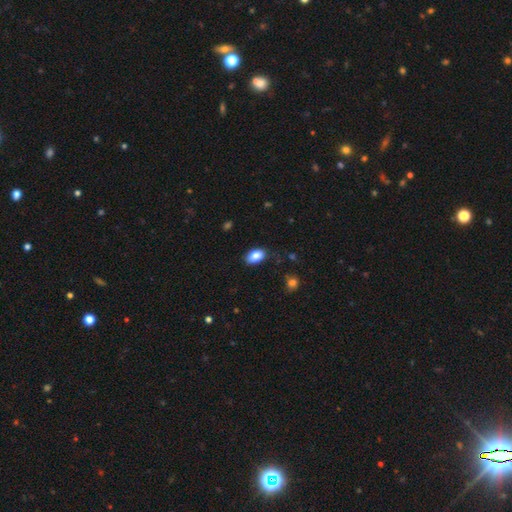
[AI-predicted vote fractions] Smooth or featured?
  - smooth: 86% *
  - star or artifact: 8%
  - featured or disk: 6%
How rounded?
  - in between: 92% *
  - round: 6%
  - cigar-shaped: 3%
Merging?
  - none: 81% *
  - minor disturbance: 14%
  - major disturbance: 3%
  - merger: 1%